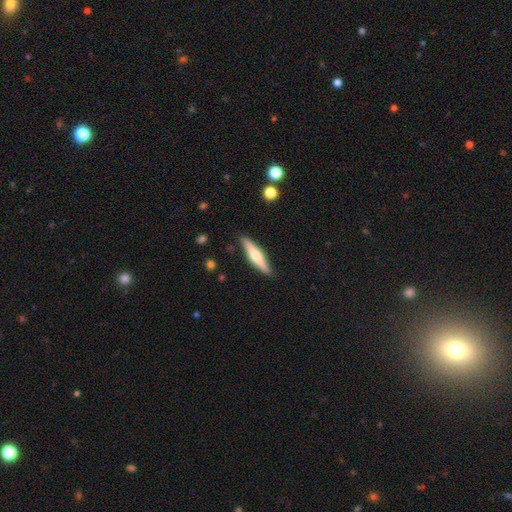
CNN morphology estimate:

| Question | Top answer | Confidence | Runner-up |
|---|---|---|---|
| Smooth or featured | featured or disk | 52% | smooth (43%) |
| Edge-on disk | yes | 95% | no (5%) |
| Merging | none | 89% | minor disturbance (8%) |